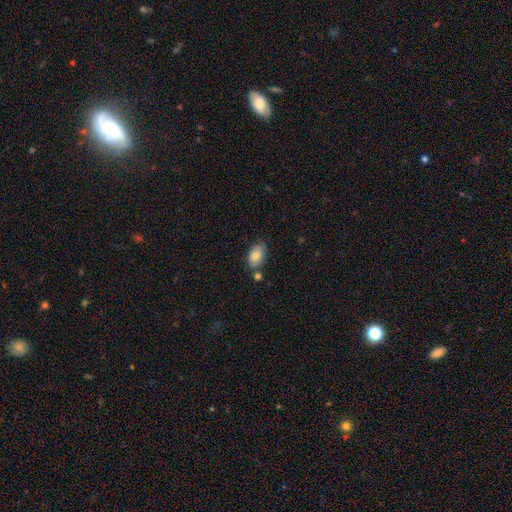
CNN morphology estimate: type=smooth (81%); roundness=in between (92%); merging=none (66%).